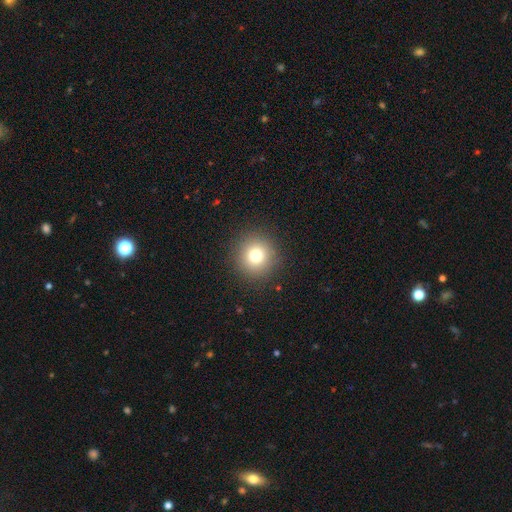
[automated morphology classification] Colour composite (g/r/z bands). It shows a smooth galaxy with no disk features (77%) that is round (94%). Merging: none (90%).